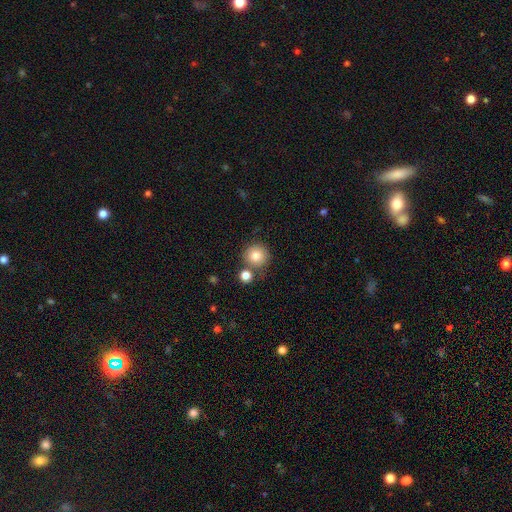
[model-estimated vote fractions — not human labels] Morphology: type=smooth (83%); roundness=round (93%); merging=none (71%).